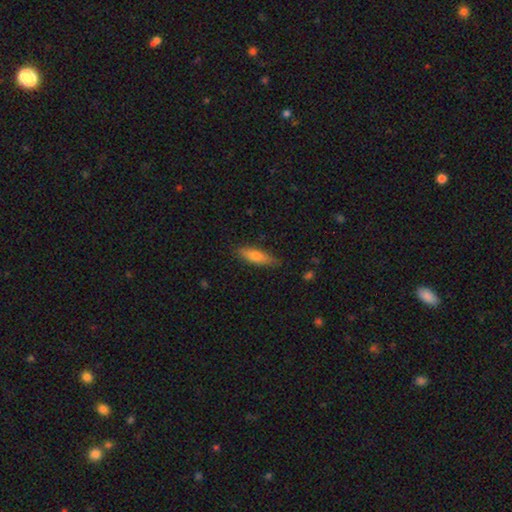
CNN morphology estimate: A smooth galaxy with no disk features (71%) that is cigar-shaped (59%). Merging: none (84%).